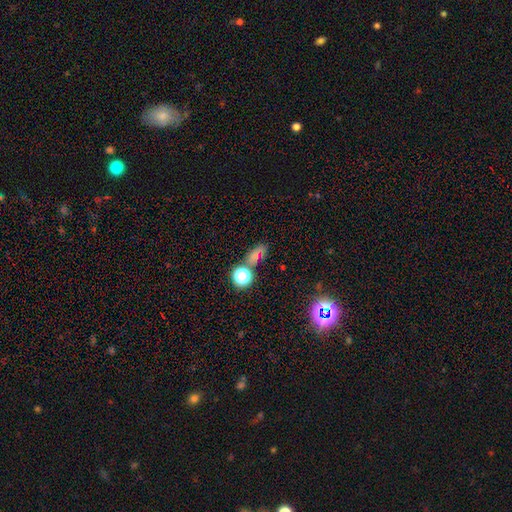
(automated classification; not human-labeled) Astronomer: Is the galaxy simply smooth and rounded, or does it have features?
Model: smooth — 61%.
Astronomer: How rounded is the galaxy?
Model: in between — 54% (runner-up: round, 36%).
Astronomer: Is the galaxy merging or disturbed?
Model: none — 60%.